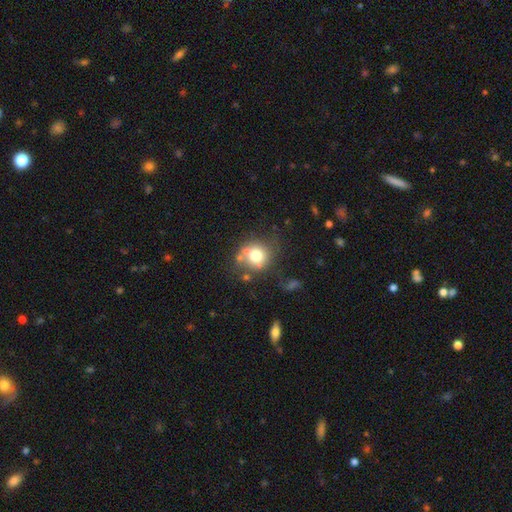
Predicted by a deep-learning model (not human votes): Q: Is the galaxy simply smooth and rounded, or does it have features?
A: smooth — 70%.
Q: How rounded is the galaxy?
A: round — 83%.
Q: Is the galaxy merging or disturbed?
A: none — 56%.